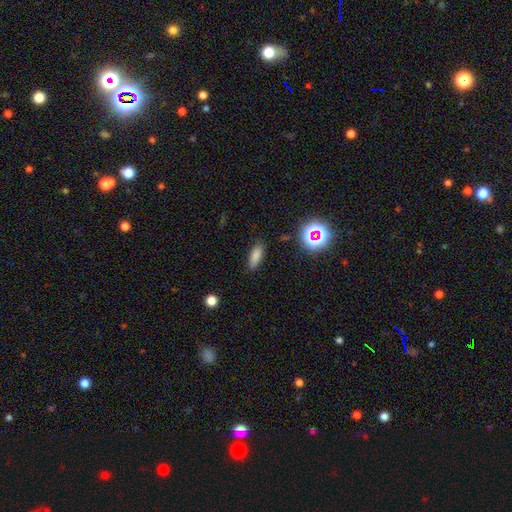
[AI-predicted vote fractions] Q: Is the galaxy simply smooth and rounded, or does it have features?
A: smooth — 79%.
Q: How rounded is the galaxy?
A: in between — 67%.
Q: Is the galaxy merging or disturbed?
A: none — 84%.